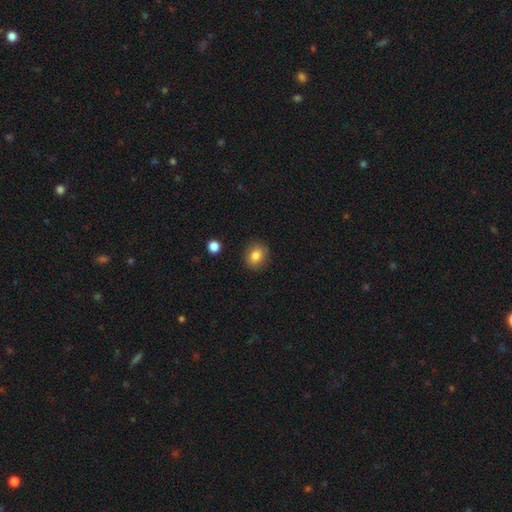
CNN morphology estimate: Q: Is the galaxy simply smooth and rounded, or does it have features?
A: smooth — 83%.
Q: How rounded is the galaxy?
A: round — 63%.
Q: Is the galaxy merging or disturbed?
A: none — 87%.